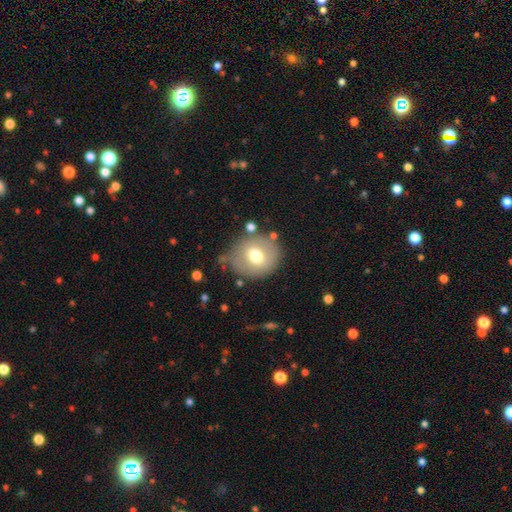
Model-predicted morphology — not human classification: This is likely a smooth galaxy (64%). How rounded: likely round (77%). Merging: likely none (70%).